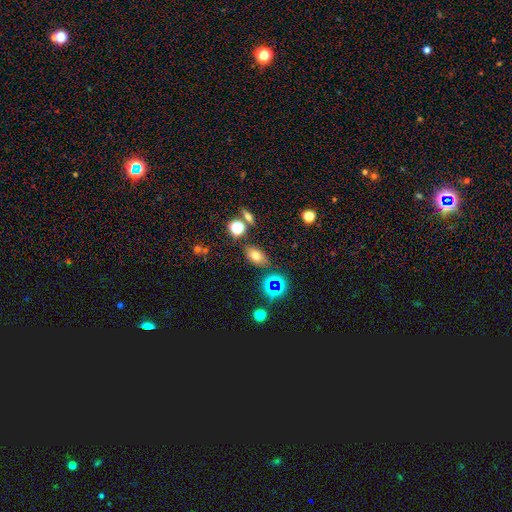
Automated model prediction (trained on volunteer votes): smooth 67%, star or artifact 19%, featured or disk 13%. Down the decision tree: how rounded — in between (83%); merging — none (78%).